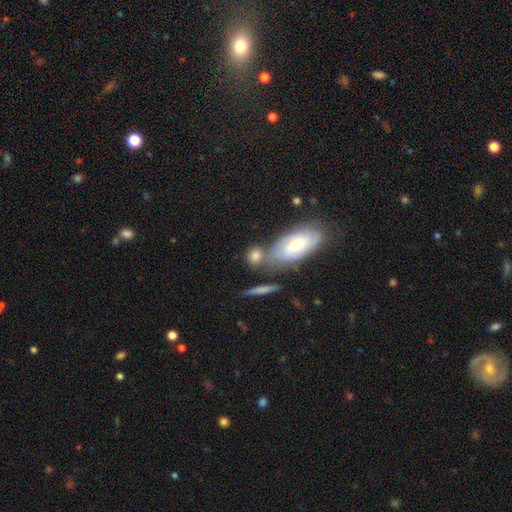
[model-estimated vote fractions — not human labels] Smooth or featured?
  - smooth: 73% *
  - featured or disk: 19%
  - star or artifact: 8%
How rounded?
  - round: 51% *
  - in between: 39%
  - cigar-shaped: 9%
Merging?
  - none: 54% *
  - merger: 28%
  - minor disturbance: 13%
  - major disturbance: 5%